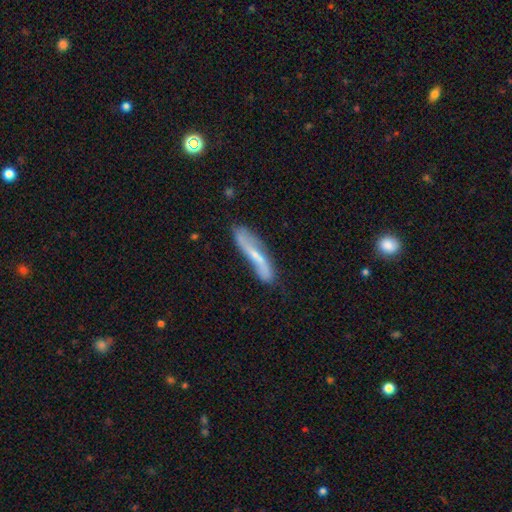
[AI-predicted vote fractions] This is likely a featured or disk galaxy (63%). It is likely not viewed edge-on (63%). Merging: likely none (66%).